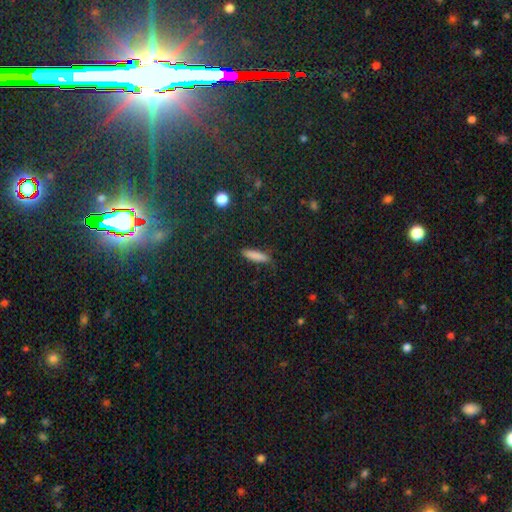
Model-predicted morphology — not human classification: type=smooth (83%); roundness=cigar-shaped (76%); merging=none (81%).